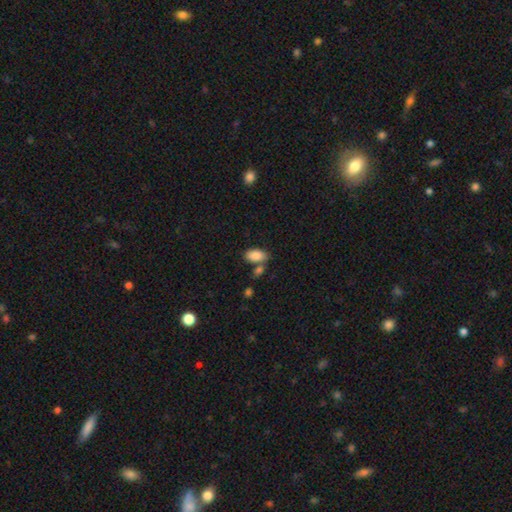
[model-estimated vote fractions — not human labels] Q: Smooth or featured?
A: smooth (87%); runner-up: star or artifact (7%)
Q: How rounded?
A: in between (93%); runner-up: round (4%)
Q: Merging?
A: none (61%); runner-up: merger (20%)